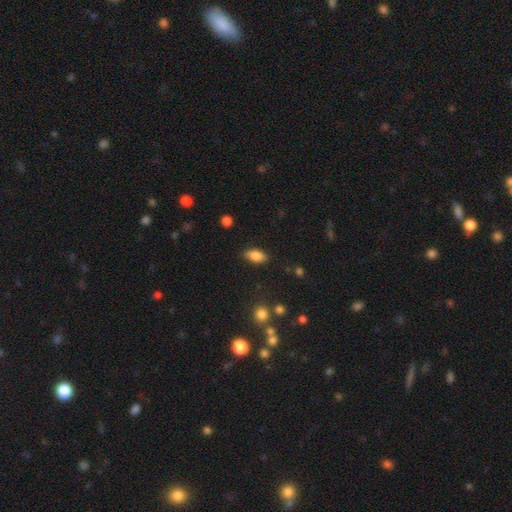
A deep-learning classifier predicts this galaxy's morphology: Overall: smooth (82%). How rounded: in between (88%). Merging: none (83%).